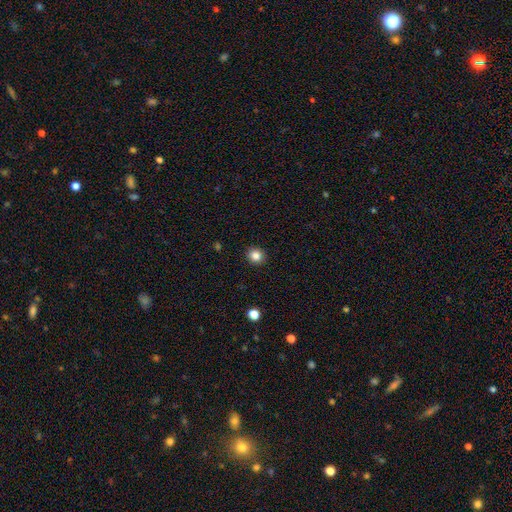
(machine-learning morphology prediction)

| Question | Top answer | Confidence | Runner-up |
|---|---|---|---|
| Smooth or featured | smooth | 85% | star or artifact (11%) |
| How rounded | round | 88% | in between (11%) |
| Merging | none | 92% | minor disturbance (5%) |